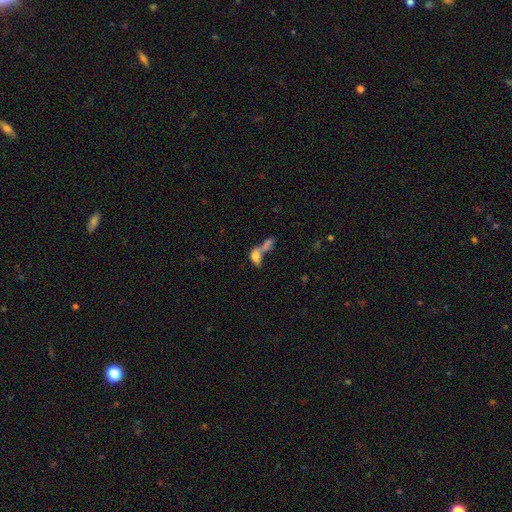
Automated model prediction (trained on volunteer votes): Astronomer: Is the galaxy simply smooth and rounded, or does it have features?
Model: smooth — 70%.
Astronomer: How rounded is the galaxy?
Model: in between — 77%.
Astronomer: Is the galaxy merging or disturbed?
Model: merger — 70%.